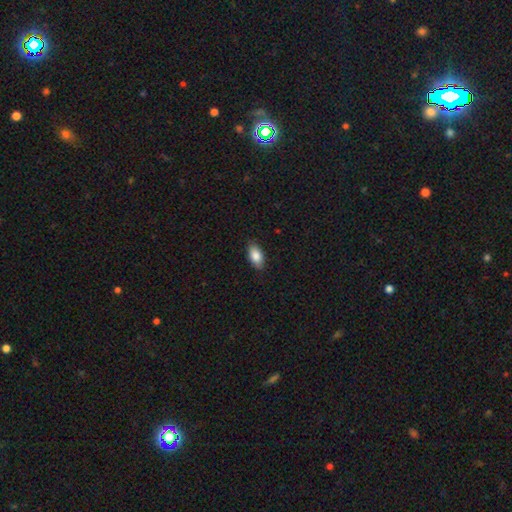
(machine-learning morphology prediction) This appears to be a smooth galaxy with no disk features (85%) that is in between round and cigar-shaped (91%). Merging: none (86%).